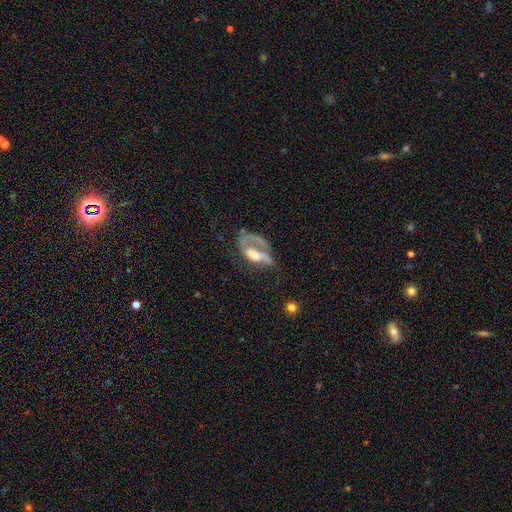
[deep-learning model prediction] Smooth or featured: featured or disk — 68% (smooth — 24%)
Edge-on disk: no — 92% (yes — 8%)
Bar: no — 54% (weak — 29%)
Spiral arms: yes — 69% (no — 31%)
Bulge size: moderate — 50% (small — 20%)
Merging: major disturbance — 47% (none — 29%)